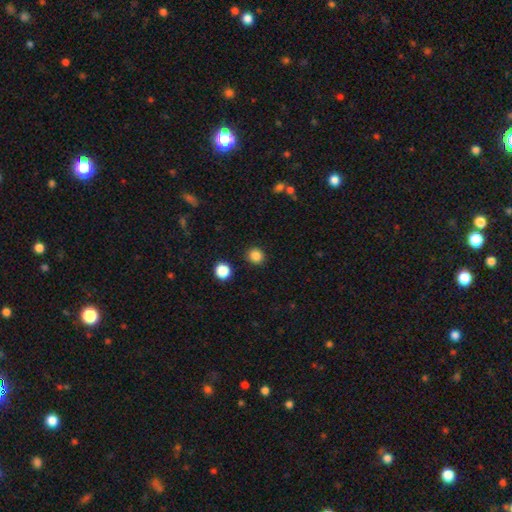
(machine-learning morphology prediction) This is clearly a smooth galaxy (85%). How rounded: clearly round (87%). Merging: clearly none (90%).